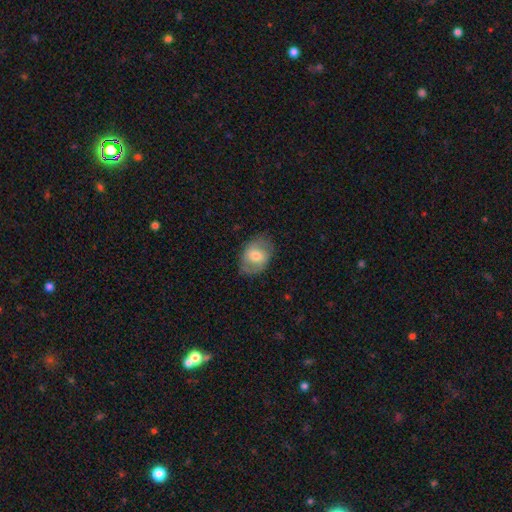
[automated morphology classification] smooth-or-featured: smooth: 53% | featured or disk: 39% | star or artifact: 7%
  how-rounded: in between: 72% | round: 27% | cigar-shaped: 1%
  merging: none: 76% | minor disturbance: 17% | major disturbance: 6% | merger: 1%